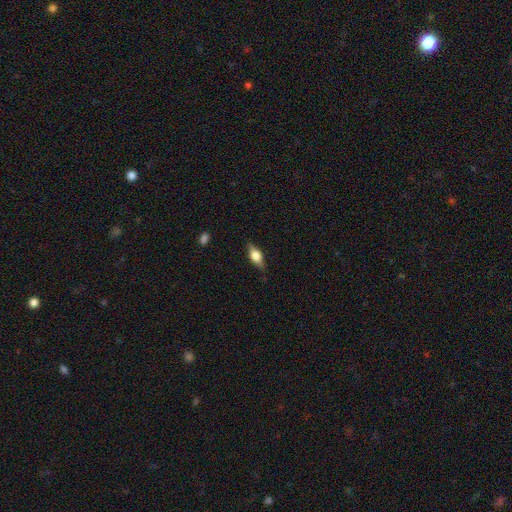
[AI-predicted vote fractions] Morphology: type=smooth (52%); roundness=in between (71%); merging=none (81%).